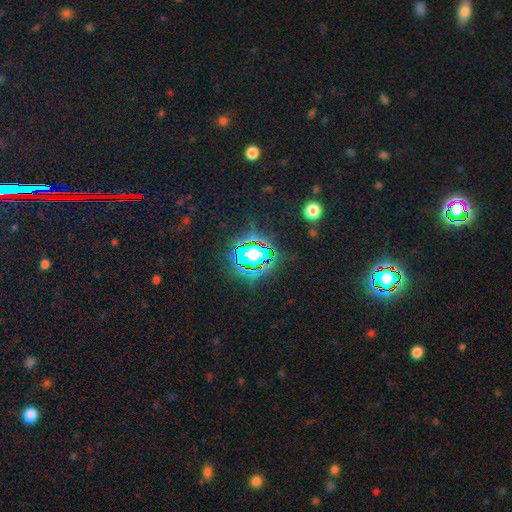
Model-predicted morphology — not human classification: Smooth or featured? star or artifact (81%)